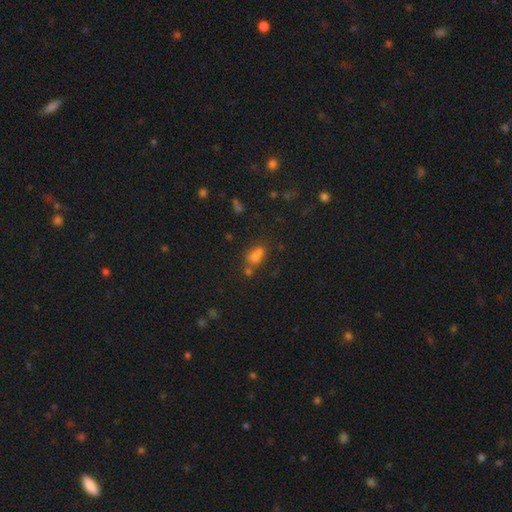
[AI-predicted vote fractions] Smooth or featured?
  - smooth: 64% *
  - star or artifact: 21%
  - featured or disk: 15%
How rounded?
  - in between: 52% *
  - round: 45%
  - cigar-shaped: 3%
Merging?
  - merger: 42% *
  - none: 40%
  - minor disturbance: 12%
  - major disturbance: 6%